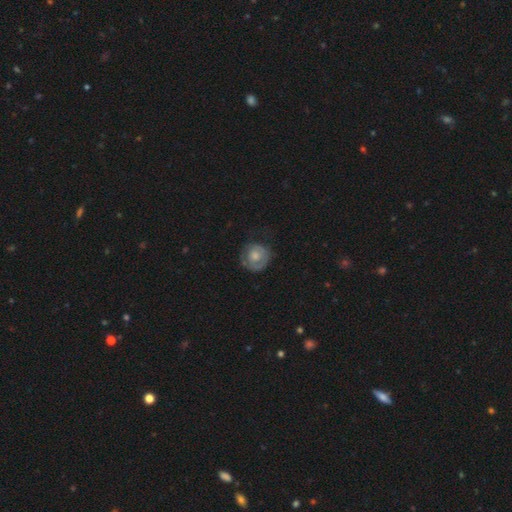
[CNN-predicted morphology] Smooth or featured? Predicted: smooth (p=0.50). Merging? Predicted: none (p=0.65).